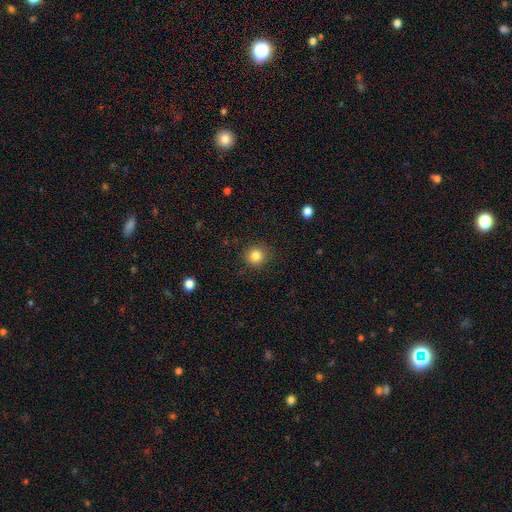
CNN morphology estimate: smooth-or-featured: smooth: 84% | star or artifact: 11% | featured or disk: 5%
  how-rounded: round: 91% | in between: 8% | cigar-shaped: 1%
  merging: none: 89% | minor disturbance: 7% | major disturbance: 3% | merger: 1%